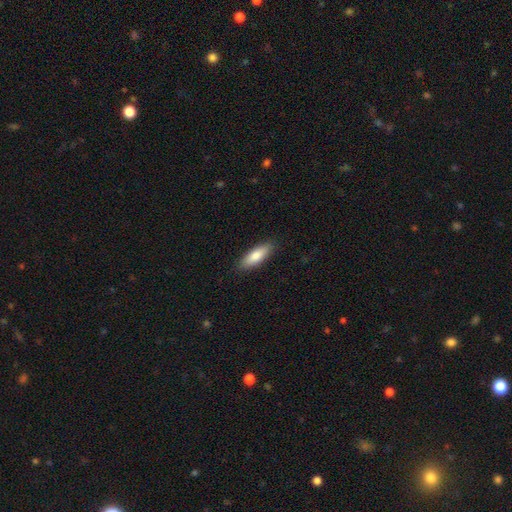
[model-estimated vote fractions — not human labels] Smooth or featured?
  - smooth: 82% *
  - featured or disk: 12%
  - star or artifact: 6%
How rounded?
  - in between: 57% *
  - cigar-shaped: 41%
  - round: 2%
Merging?
  - none: 88% *
  - minor disturbance: 9%
  - major disturbance: 2%
  - merger: 1%